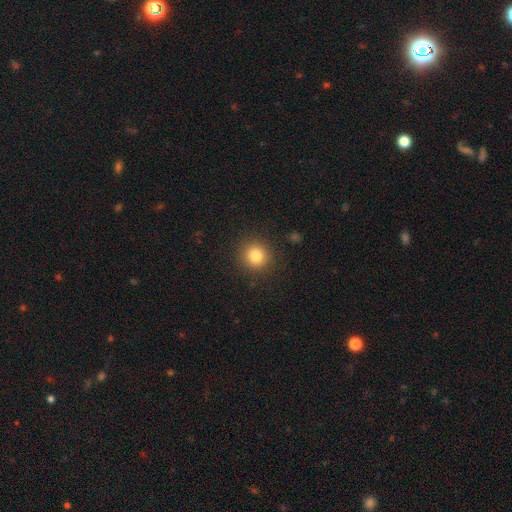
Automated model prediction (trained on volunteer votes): smooth-or-featured: smooth: 82% | star or artifact: 12% | featured or disk: 6%
  how-rounded: round: 91% | in between: 8% | cigar-shaped: 1%
  merging: none: 90% | minor disturbance: 6% | major disturbance: 3% | merger: 1%